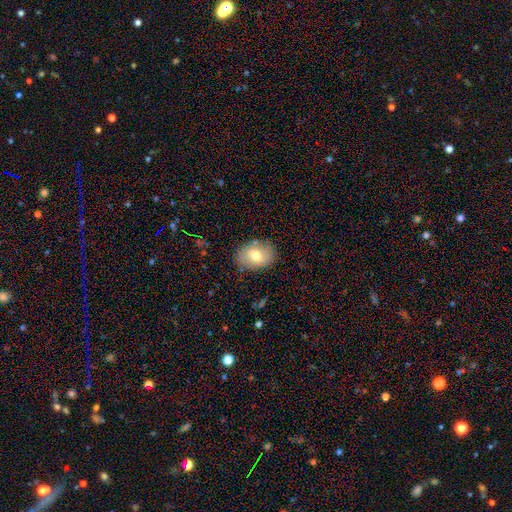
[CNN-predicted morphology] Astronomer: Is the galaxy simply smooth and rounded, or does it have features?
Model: smooth — 70%.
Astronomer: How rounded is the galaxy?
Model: in between — 79%.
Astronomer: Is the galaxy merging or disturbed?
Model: none — 82%.